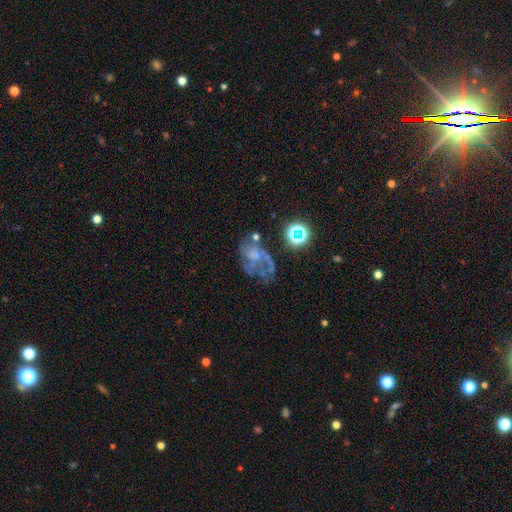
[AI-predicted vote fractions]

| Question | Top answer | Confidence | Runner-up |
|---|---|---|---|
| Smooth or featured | featured or disk | 56% | smooth (23%) |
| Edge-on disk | no | 97% | yes (3%) |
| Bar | no | 83% | weak (14%) |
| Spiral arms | no | 62% | yes (38%) |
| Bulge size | none | 49% | small (27%) |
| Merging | major disturbance | 38% | none (33%) |